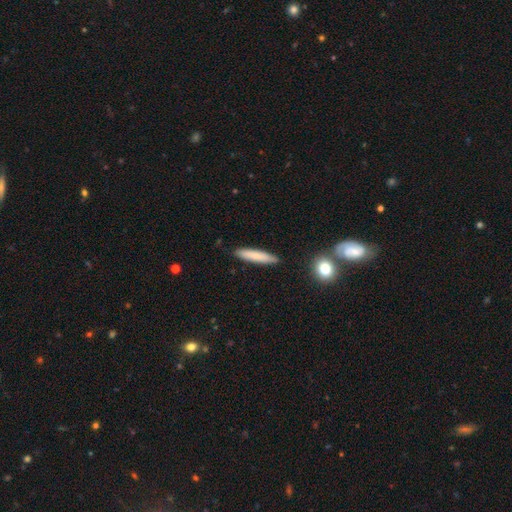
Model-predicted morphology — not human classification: A smooth galaxy with no disk features (80%) that is cigar-shaped (89%). Merging: none (89%).